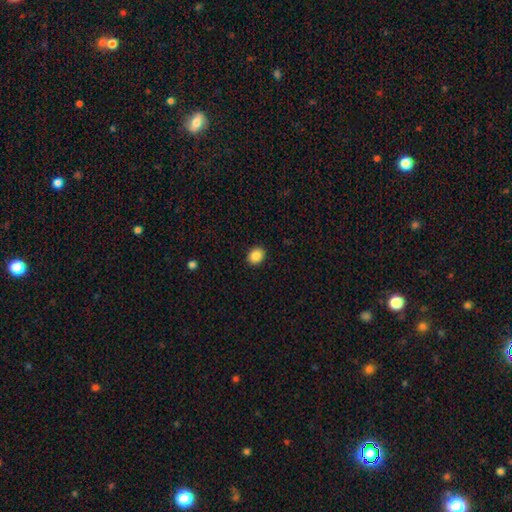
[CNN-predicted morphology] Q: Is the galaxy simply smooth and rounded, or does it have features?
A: smooth — 88%.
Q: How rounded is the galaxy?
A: round — 58%.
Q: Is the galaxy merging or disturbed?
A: none — 91%.